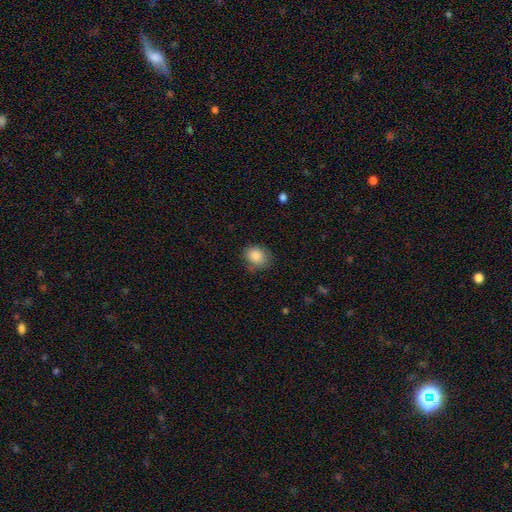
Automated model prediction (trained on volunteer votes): Smooth or featured? smooth (86%)
How rounded? round (61%)
Merging? none (75%)